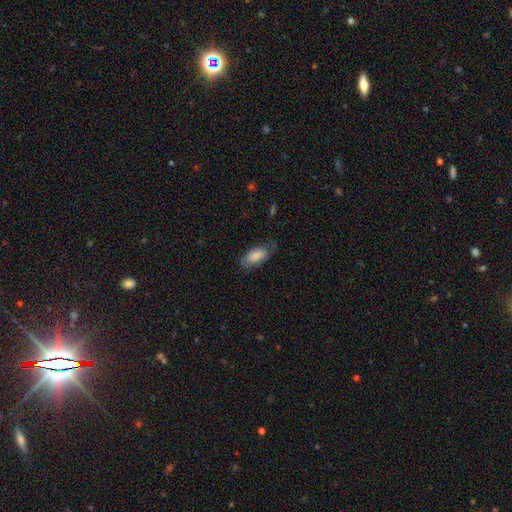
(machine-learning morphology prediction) Q: Smooth or featured?
A: smooth (81%); runner-up: featured or disk (12%)
Q: How rounded?
A: in between (90%); runner-up: cigar-shaped (8%)
Q: Merging?
A: none (63%); runner-up: minor disturbance (26%)